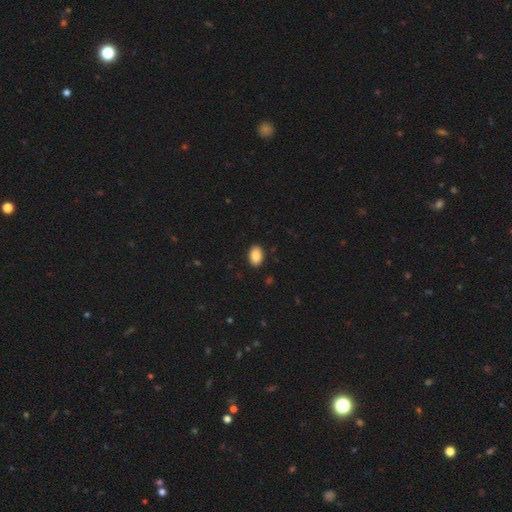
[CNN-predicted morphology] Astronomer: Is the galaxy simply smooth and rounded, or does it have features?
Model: smooth — 88%.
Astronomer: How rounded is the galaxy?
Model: in between — 89%.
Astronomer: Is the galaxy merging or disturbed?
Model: none — 90%.